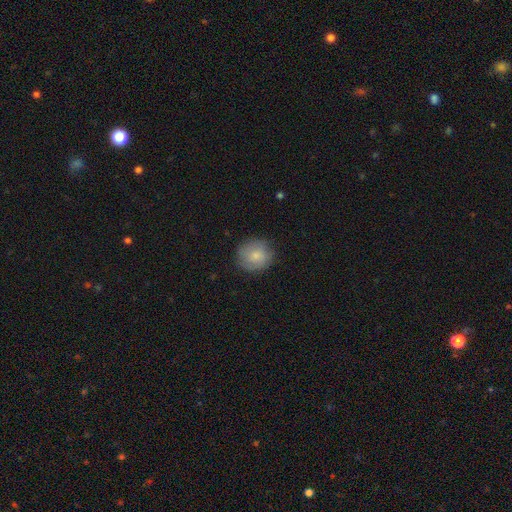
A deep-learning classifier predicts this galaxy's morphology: This is clearly a smooth galaxy (82%). How rounded: clearly round (88%). Merging: clearly none (83%).